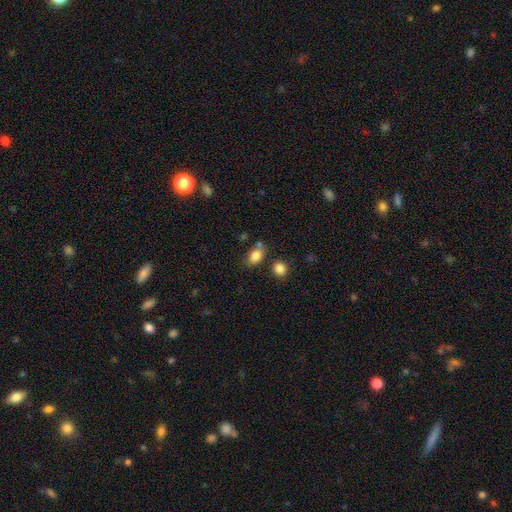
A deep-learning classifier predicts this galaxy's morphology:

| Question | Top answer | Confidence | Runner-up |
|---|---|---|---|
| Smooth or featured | smooth | 84% | star or artifact (10%) |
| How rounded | in between | 72% | round (26%) |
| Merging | none | 60% | minor disturbance (18%) |